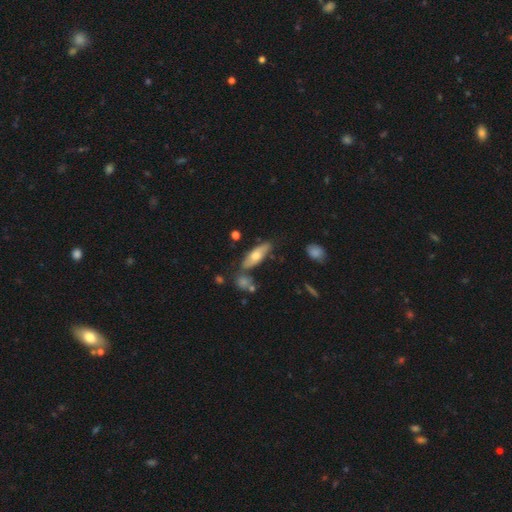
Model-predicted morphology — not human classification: This appears to be a smooth galaxy with no disk features (57%) that is in between round and cigar-shaped (59%). Merging: none (70%).